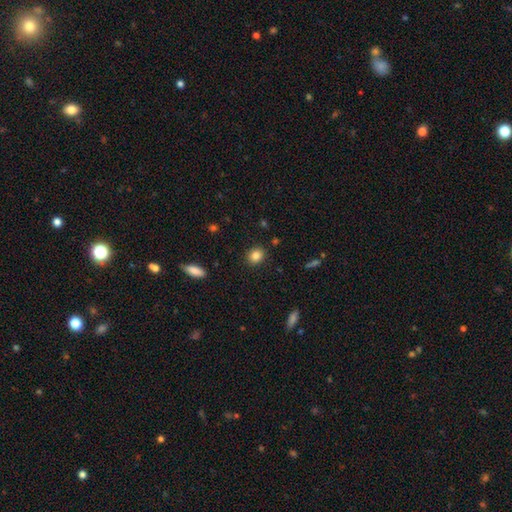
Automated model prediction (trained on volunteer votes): Overall: smooth (85%). How rounded: round (58%; in between 41%). Merging: none (89%).